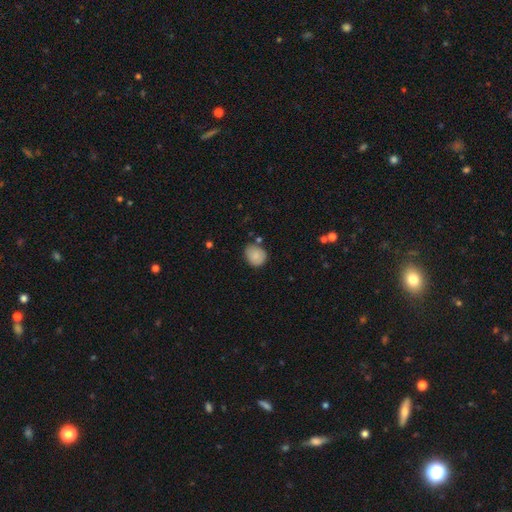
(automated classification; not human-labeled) smooth_or_featured: smooth (p=0.81) [alt: featured or disk p=0.12]
how_rounded: round (p=0.68) [alt: in between p=0.31]
merging: none (p=0.70) [alt: minor disturbance p=0.21]